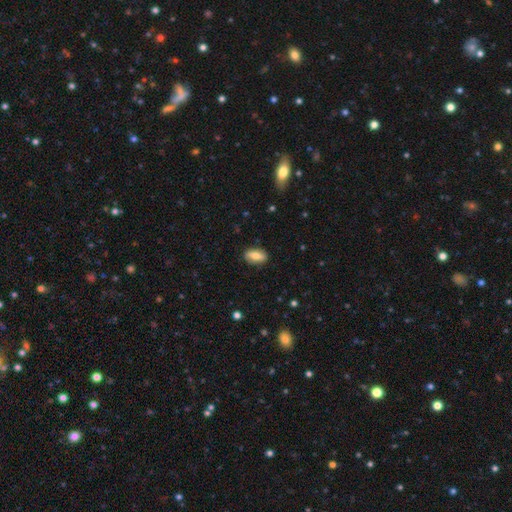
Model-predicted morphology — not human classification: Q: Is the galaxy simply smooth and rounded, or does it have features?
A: smooth — 71%.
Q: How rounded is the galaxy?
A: in between — 84%.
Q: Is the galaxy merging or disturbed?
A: none — 86%.